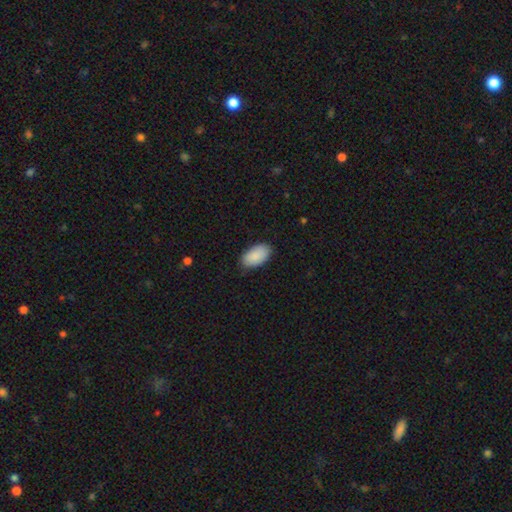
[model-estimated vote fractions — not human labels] smooth_or_featured: smooth (p=0.90) [alt: star or artifact p=0.06]
how_rounded: in between (p=0.96) [alt: round p=0.03]
merging: none (p=0.85) [alt: minor disturbance p=0.12]